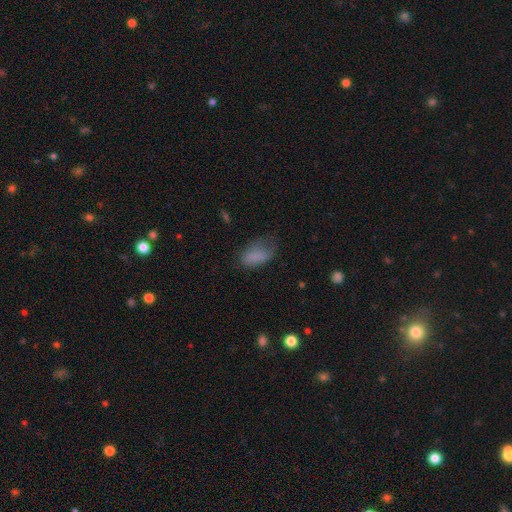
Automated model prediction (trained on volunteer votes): A smooth galaxy with no disk features (80%) that is in between round and cigar-shaped (92%). Merging: none (42%).